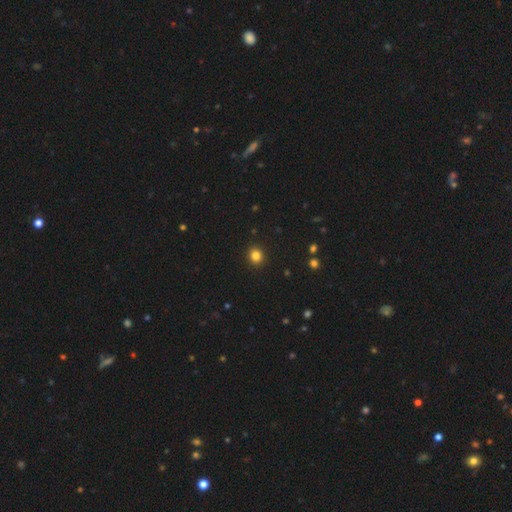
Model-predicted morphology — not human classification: Smooth or featured? smooth (84%)
How rounded? round (83%)
Merging? none (92%)